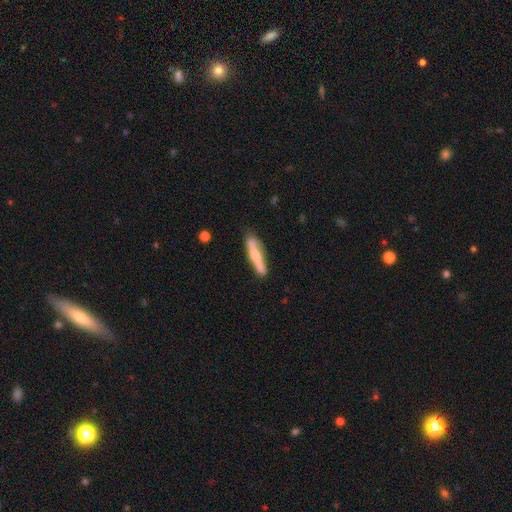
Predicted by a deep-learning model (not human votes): Smooth or featured? Predicted: smooth (p=0.54). How rounded? Predicted: cigar-shaped (p=0.88). Merging? Predicted: none (p=0.74).